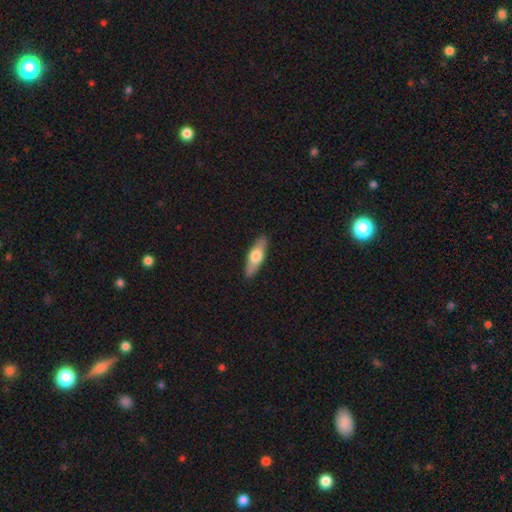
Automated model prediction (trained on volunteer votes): A smooth galaxy with no disk features (60%) that is in between round and cigar-shaped (51%).

Vote fractions:
- Smooth or featured? smooth: 60% / featured or disk: 35% / star or artifact: 5%
- How rounded? in between: 51% / cigar-shaped: 46% / round: 2%
- Merging? none: 89% / minor disturbance: 8% / major disturbance: 2% / merger: 1%